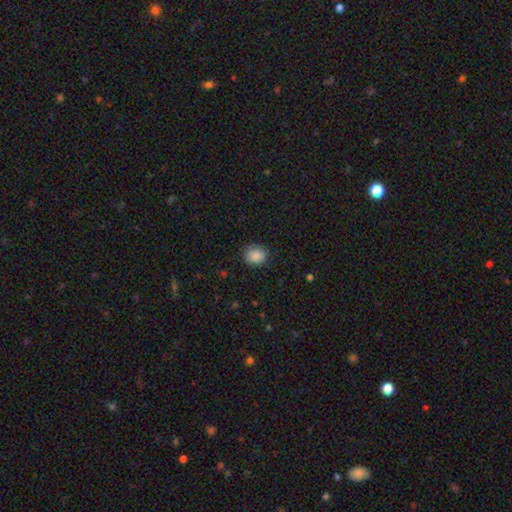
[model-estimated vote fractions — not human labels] Smooth or featured? Predicted: smooth (p=0.87). How rounded? Predicted: round (p=0.74). Merging? Predicted: none (p=0.81).